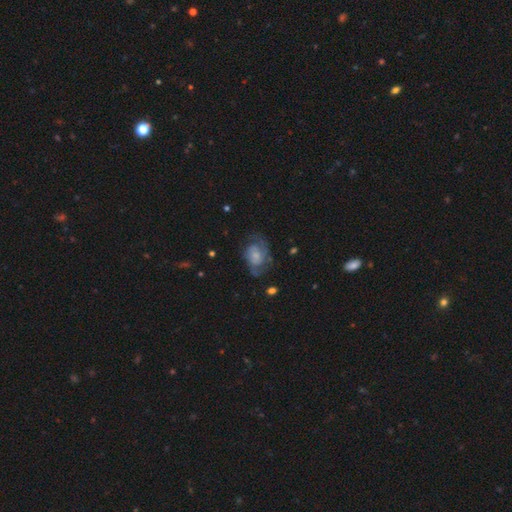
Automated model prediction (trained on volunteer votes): smooth_or_featured: featured or disk (p=0.65) [alt: smooth p=0.28]
disk_edge_on: no (p=0.97) [alt: yes p=0.03]
bar: no (p=0.70) [alt: weak p=0.26]
has_spiral_arms: yes (p=0.84) [alt: no p=0.16]
spiral_winding: medium (p=0.46) [alt: tight p=0.32]
spiral_arm_count: 2 (p=0.66) [alt: can't tell p=0.18]
bulge_size: small (p=0.45) [alt: moderate p=0.27]
merging: none (p=0.55) [alt: minor disturbance p=0.24]